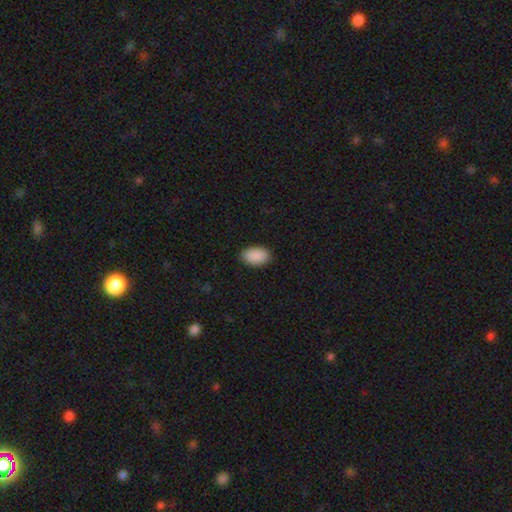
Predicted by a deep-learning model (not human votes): Smooth or featured: smooth — 91% (star or artifact — 7%)
How rounded: in between — 92% (round — 6%)
Merging: none — 87% (minor disturbance — 10%)